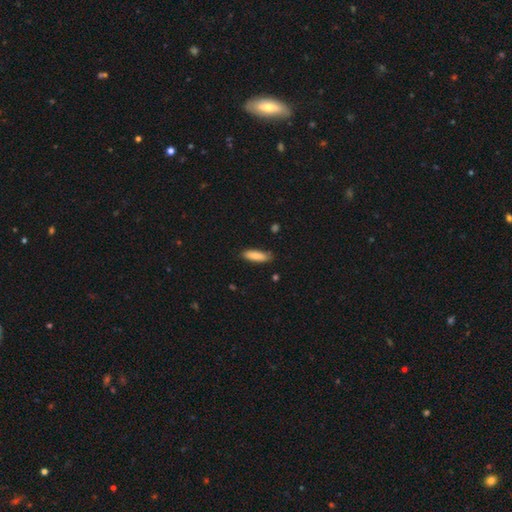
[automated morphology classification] smooth-or-featured: smooth: 85% | featured or disk: 9% | star or artifact: 6%
  how-rounded: cigar-shaped: 53% | in between: 45% | round: 2%
  merging: none: 81% | minor disturbance: 15% | major disturbance: 2% | merger: 2%